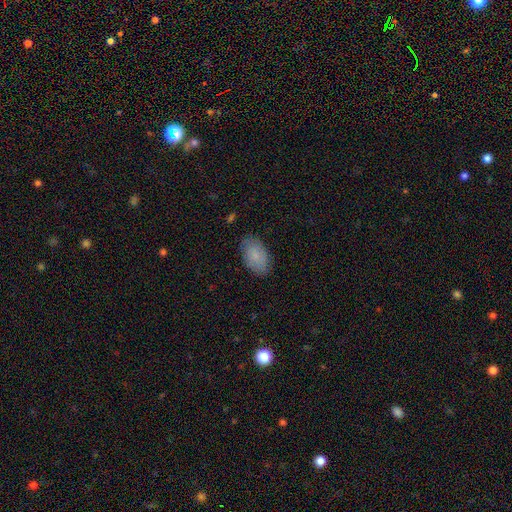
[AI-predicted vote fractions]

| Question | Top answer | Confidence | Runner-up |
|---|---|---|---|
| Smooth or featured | smooth | 83% | featured or disk (11%) |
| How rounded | in between | 94% | round (4%) |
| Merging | none | 83% | minor disturbance (13%) |